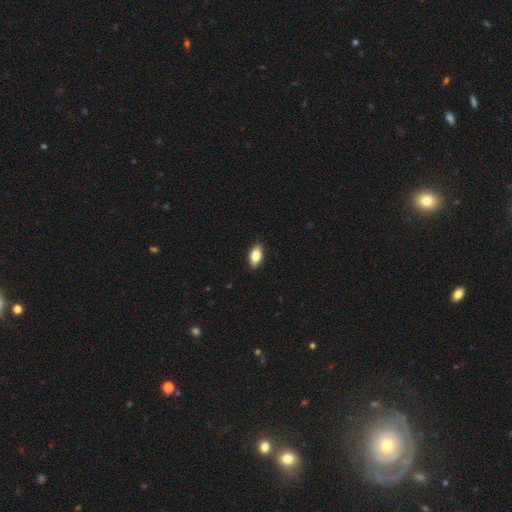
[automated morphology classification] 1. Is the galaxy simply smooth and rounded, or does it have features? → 85% smooth, 8% featured or disk, 7% star or artifact.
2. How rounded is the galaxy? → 91% in between, 6% cigar-shaped, 4% round.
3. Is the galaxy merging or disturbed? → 89% none, 8% minor disturbance, 2% major disturbance, 1% merger.